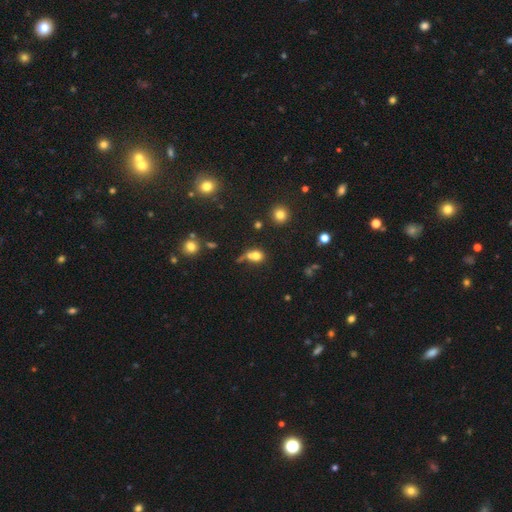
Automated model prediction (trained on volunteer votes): Smooth or featured: smooth — 73% (star or artifact — 15%)
How rounded: round — 54% (in between — 43%)
Merging: merger — 36% (tied with none — 36%)